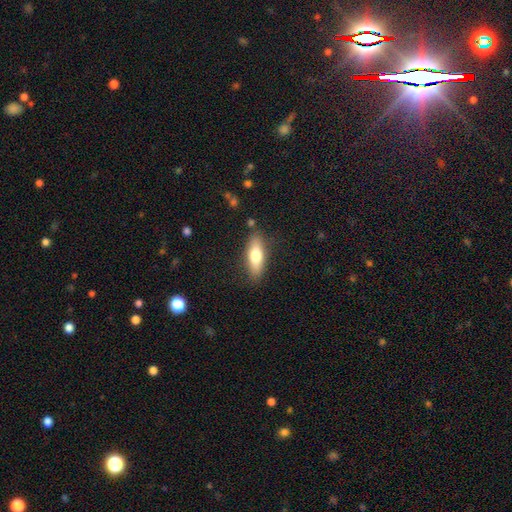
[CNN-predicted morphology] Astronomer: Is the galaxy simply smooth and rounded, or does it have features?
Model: smooth — 70%.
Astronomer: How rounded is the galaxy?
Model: in between — 58% (runner-up: cigar-shaped, 39%).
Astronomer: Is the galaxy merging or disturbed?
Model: none — 84%.